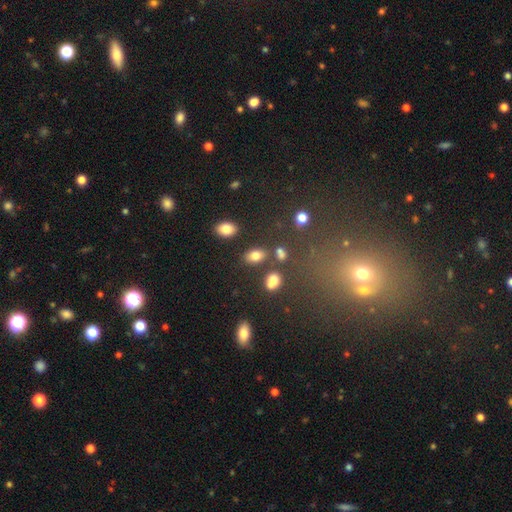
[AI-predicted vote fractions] The model was most divided on "merging": none: 75%, minor disturbance: 11%, merger: 10%, major disturbance: 4%. More confident: how rounded — in between (85%); smooth or featured — smooth (78%).